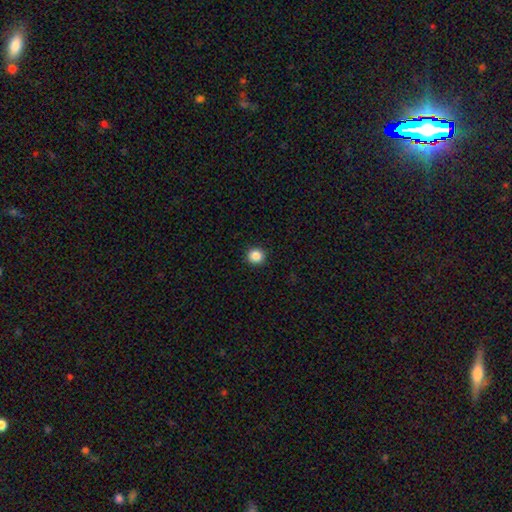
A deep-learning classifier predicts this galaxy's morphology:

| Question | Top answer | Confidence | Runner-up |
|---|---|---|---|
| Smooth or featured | smooth | 87% | star or artifact (10%) |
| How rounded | round | 93% | in between (6%) |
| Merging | none | 93% | minor disturbance (4%) |